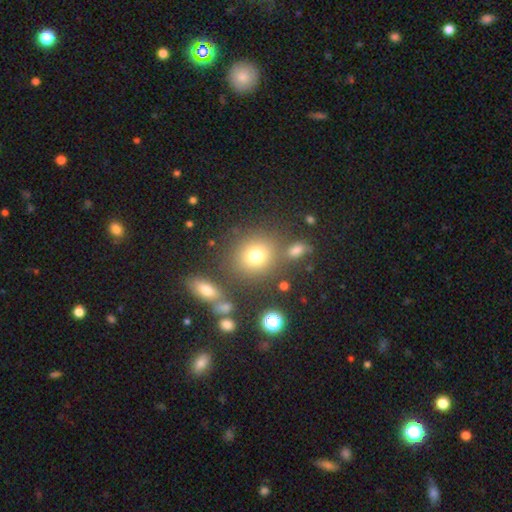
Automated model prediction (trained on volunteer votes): Morphology: type=smooth (74%); roundness=round (81%); merging=none (73%).